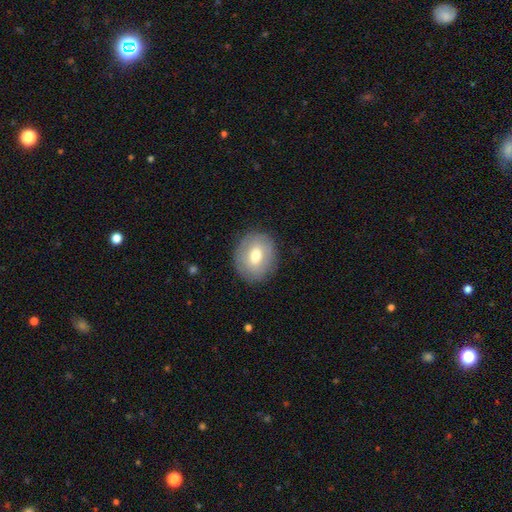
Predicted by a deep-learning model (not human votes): Smooth or featured?
  - smooth: 65% *
  - featured or disk: 28%
  - star or artifact: 8%
How rounded?
  - round: 62% *
  - in between: 37%
  - cigar-shaped: 1%
Merging?
  - none: 85% *
  - minor disturbance: 11%
  - major disturbance: 3%
  - merger: 1%